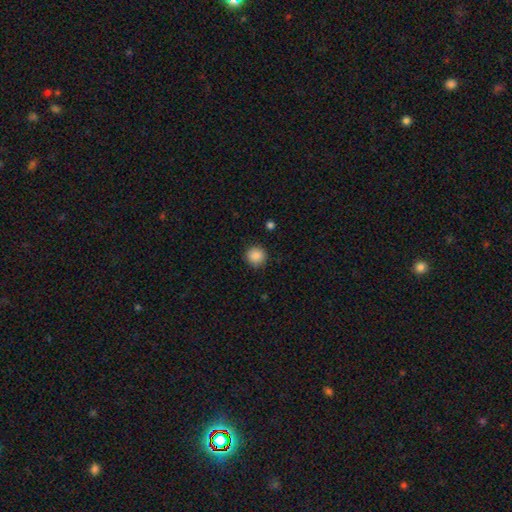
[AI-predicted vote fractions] The model was most divided on "smooth or featured": smooth: 88%, star or artifact: 9%, featured or disk: 3%. More confident: how rounded — round (93%); merging — none (90%).